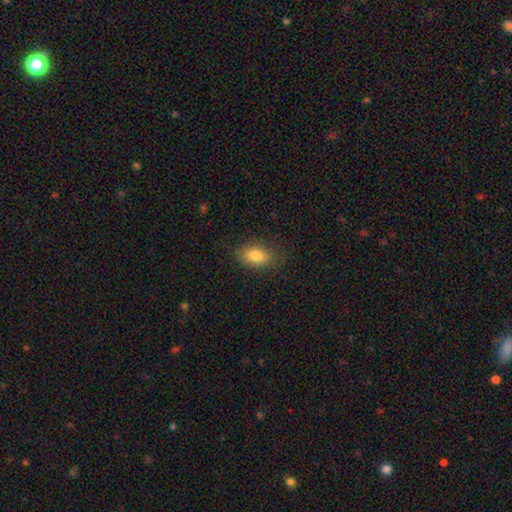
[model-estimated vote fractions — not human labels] The model was most divided on "merging": none: 80%, minor disturbance: 14%, major disturbance: 4%, merger: 1%. More confident: how rounded — in between (87%); smooth or featured — smooth (82%).